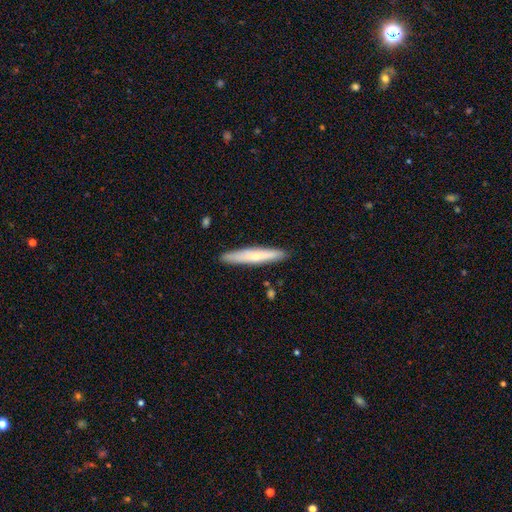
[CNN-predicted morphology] Smooth or featured?
  - smooth: 57% *
  - featured or disk: 37%
  - star or artifact: 6%
How rounded?
  - cigar-shaped: 92% *
  - in between: 6%
  - round: 1%
Merging?
  - none: 90% *
  - minor disturbance: 8%
  - major disturbance: 1%
  - merger: 1%